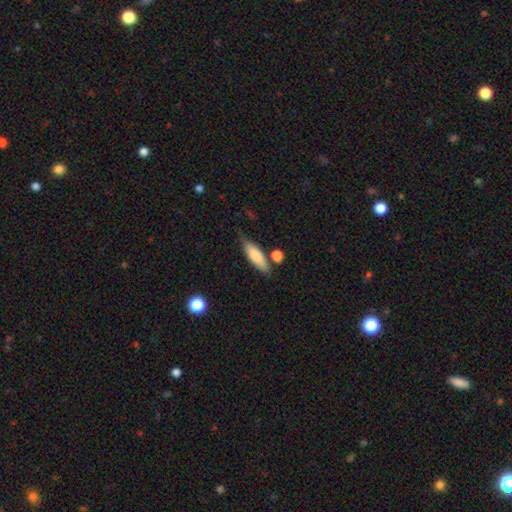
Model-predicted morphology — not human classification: type=smooth (78%); roundness=in between (53%); merging=none (68%).